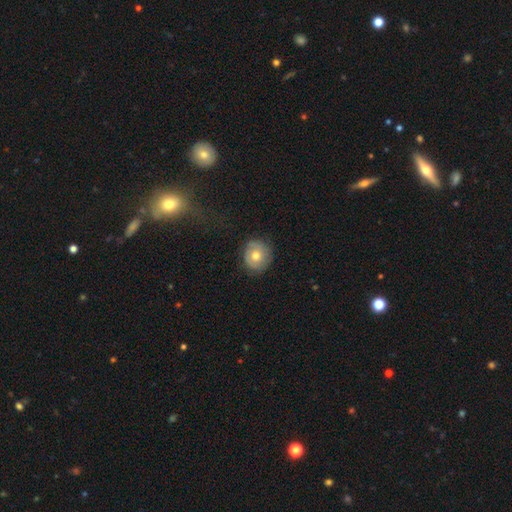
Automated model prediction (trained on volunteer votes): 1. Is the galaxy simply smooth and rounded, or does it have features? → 64% smooth, 28% featured or disk, 9% star or artifact.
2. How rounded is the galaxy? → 85% round, 15% in between, 1% cigar-shaped.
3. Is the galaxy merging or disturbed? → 81% none, 15% minor disturbance, 4% major disturbance, 1% merger.